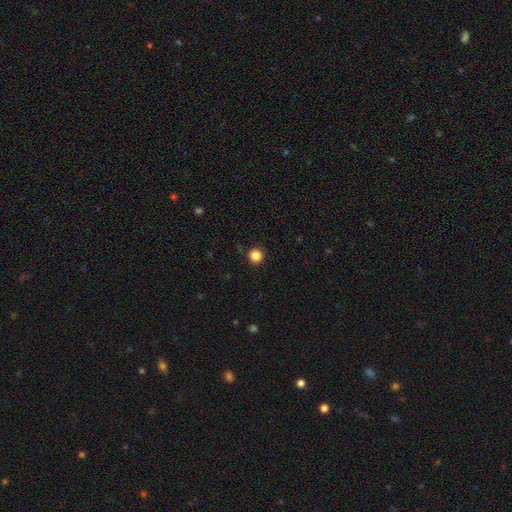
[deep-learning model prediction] smooth 85%, star or artifact 11%, featured or disk 3%. Down the decision tree: how rounded — round (94%); merging — none (91%).